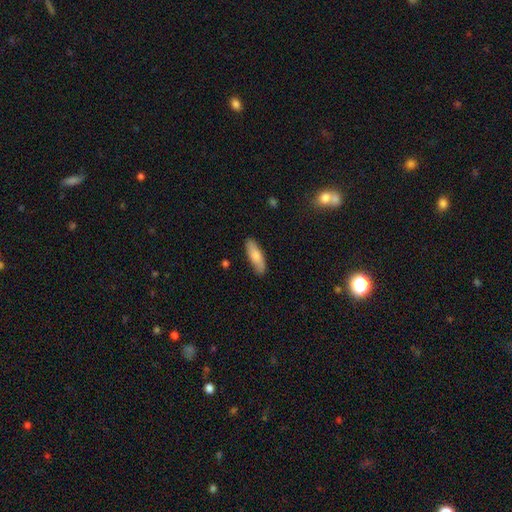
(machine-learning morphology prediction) Smooth or featured? Predicted: smooth (p=0.78). How rounded? Predicted: in between (p=0.50). Merging? Predicted: none (p=0.85).